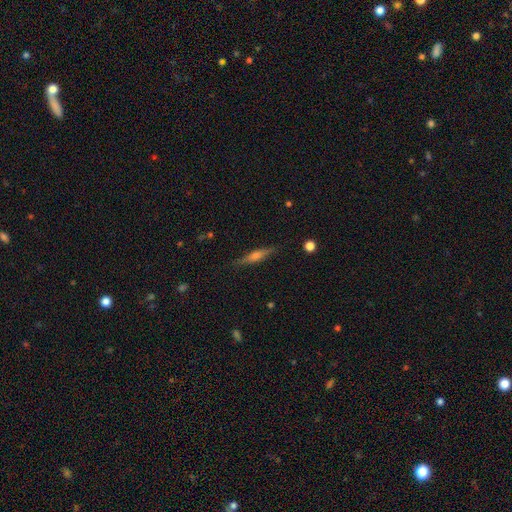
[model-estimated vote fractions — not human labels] A featured or disk galaxy (62%) viewed edge-on (97%) with a rounded central bulge (73%).

Vote fractions:
- Smooth or featured? featured or disk: 62% / smooth: 30% / star or artifact: 8%
- Edge-on disk? yes: 97% / no: 3%
- Edge-on bulge? rounded: 73% / boxy: 17% / none: 10%
- Merging? none: 87% / minor disturbance: 9% / major disturbance: 2% / merger: 1%